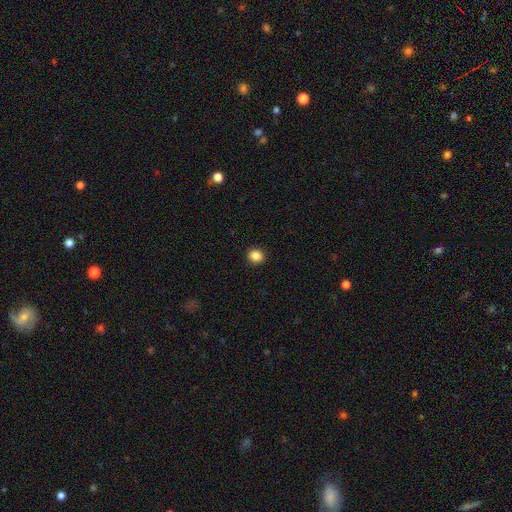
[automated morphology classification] smooth 87%, star or artifact 10%, featured or disk 3%. Down the decision tree: how rounded — round (74%); merging — none (92%).